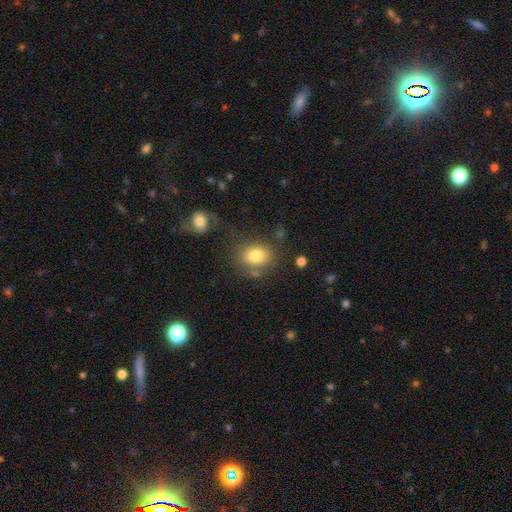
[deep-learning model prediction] Smooth or featured?
  - smooth: 78% *
  - featured or disk: 12%
  - star or artifact: 10%
How rounded?
  - in between: 51% *
  - round: 48%
  - cigar-shaped: 1%
Merging?
  - none: 69% *
  - minor disturbance: 14%
  - merger: 9%
  - major disturbance: 8%